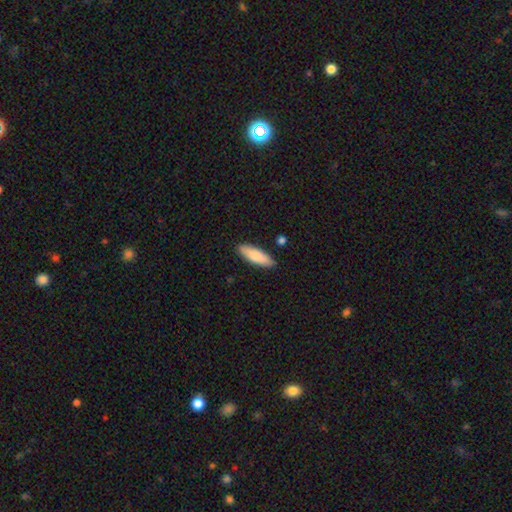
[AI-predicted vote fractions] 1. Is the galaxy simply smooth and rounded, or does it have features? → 78% smooth, 16% featured or disk, 6% star or artifact.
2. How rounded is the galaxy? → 58% in between, 41% cigar-shaped, 2% round.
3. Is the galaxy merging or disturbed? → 87% none, 10% minor disturbance, 2% merger, 2% major disturbance.